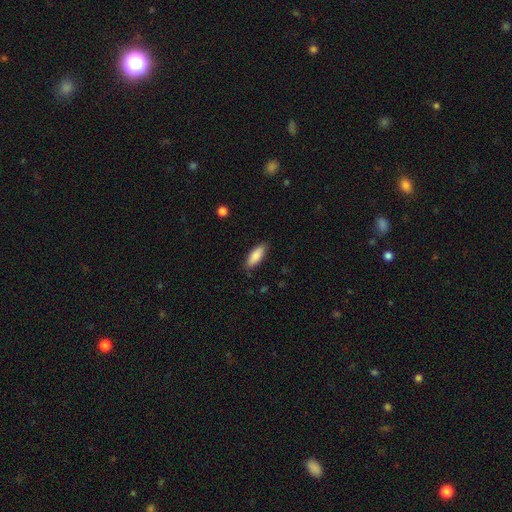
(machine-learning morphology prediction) This appears to be a smooth galaxy with no disk features (85%) that is in between round and cigar-shaped (68%). Merging: none (85%).